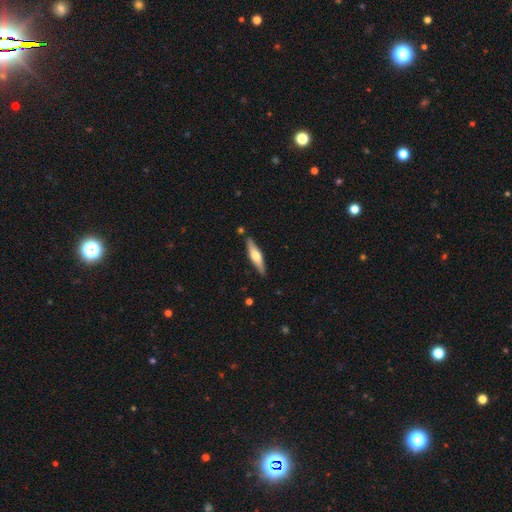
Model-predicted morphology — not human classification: This is possibly a featured or disk galaxy (52%). It is clearly viewed edge-on (93%). Merging: clearly none (86%).